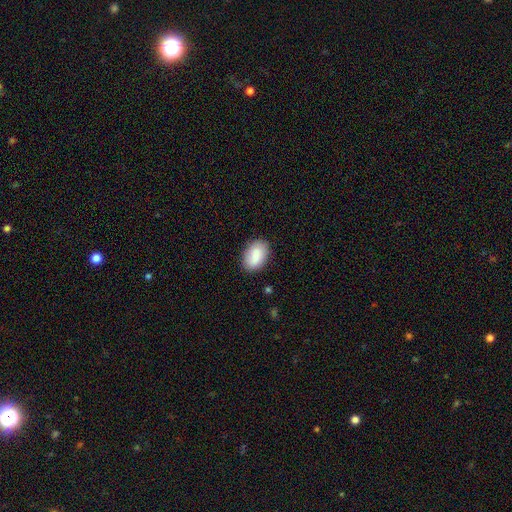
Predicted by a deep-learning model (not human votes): This appears to be a smooth galaxy with no disk features (85%) that is in between round and cigar-shaped (89%). Merging: none (83%).